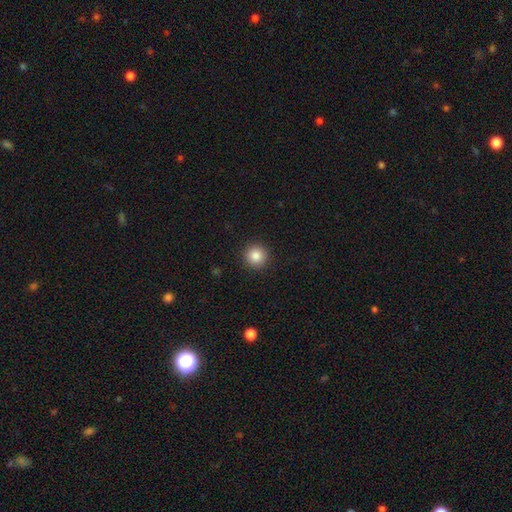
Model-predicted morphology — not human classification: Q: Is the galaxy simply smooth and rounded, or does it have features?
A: smooth — 87%.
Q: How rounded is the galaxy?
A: round — 94%.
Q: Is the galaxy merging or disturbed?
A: none — 92%.